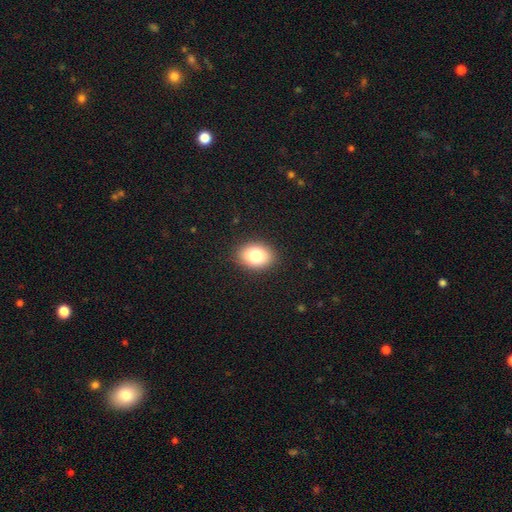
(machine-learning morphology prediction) Overall: smooth (81%). How rounded: in between (72%). Merging: none (88%).